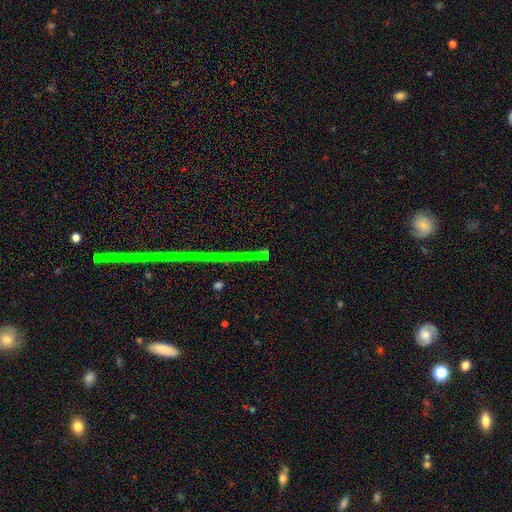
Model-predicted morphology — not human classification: Smooth or featured?
  - star or artifact: 77% *
  - featured or disk: 12%
  - smooth: 11%